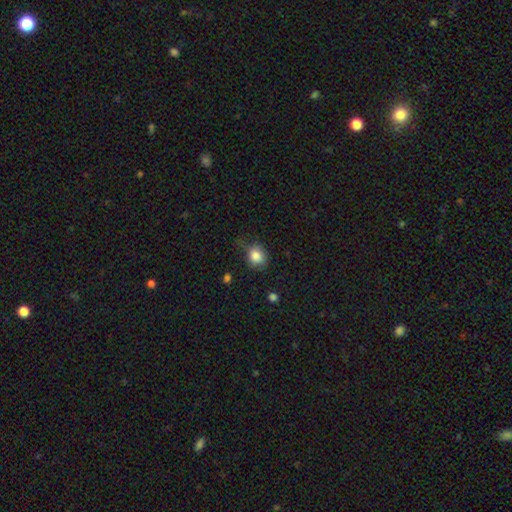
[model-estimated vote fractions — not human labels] Morphology: type=smooth (84%); roundness=round (69%); merging=none (61%).